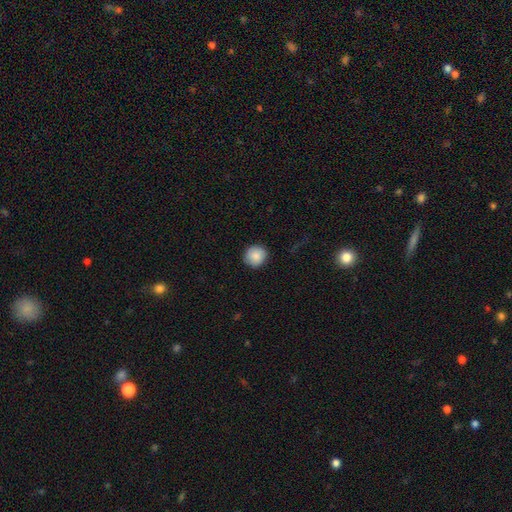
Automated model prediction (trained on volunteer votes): Morphology: type=smooth (88%); roundness=round (92%); merging=none (90%).